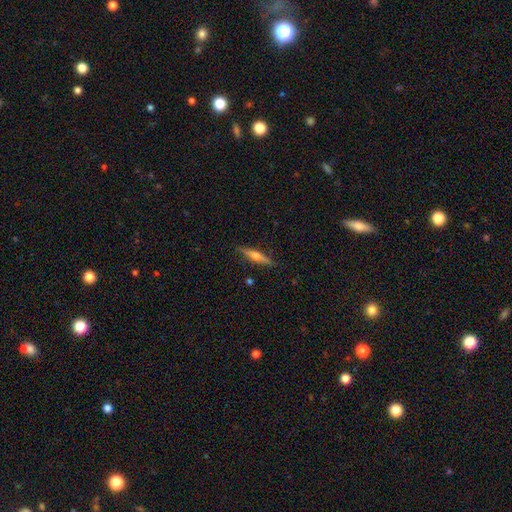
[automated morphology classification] type=featured or disk (57%); edge-on=yes (96%); edge-on bulge=rounded (88%); merging=none (88%).